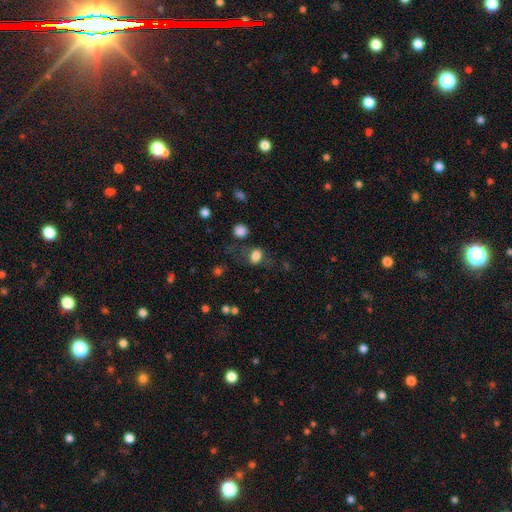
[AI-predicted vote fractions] smooth-or-featured: smooth: 79% | star or artifact: 11% | featured or disk: 10%
  how-rounded: in between: 70% | round: 28% | cigar-shaped: 2%
  merging: none: 63% | minor disturbance: 20% | major disturbance: 13% | merger: 4%